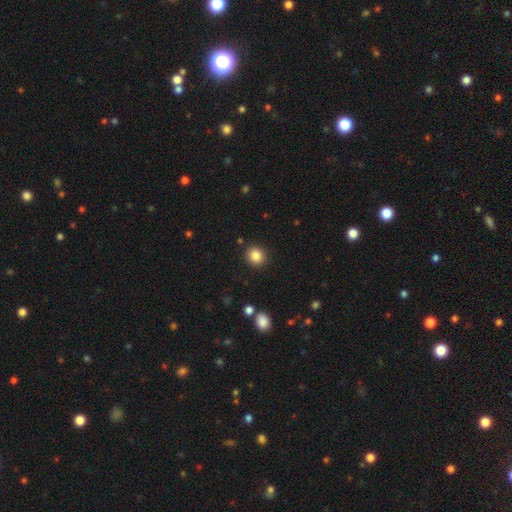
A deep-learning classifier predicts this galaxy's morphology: A smooth galaxy with no disk features (85%) that is round (87%).

Vote fractions:
- Smooth or featured? smooth: 85% / star or artifact: 10% / featured or disk: 5%
- How rounded? round: 87% / in between: 12% / cigar-shaped: 1%
- Merging? none: 90% / minor disturbance: 6% / major disturbance: 2% / merger: 2%